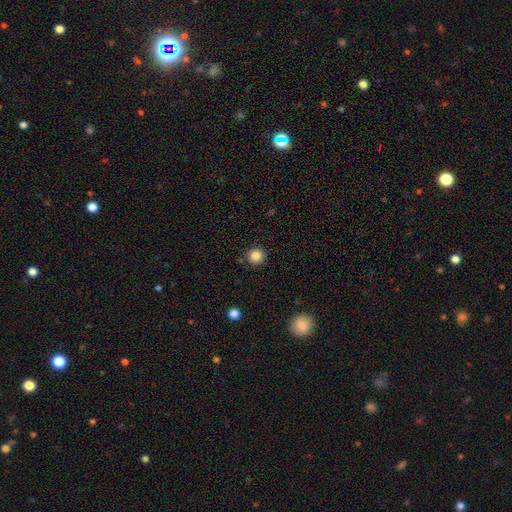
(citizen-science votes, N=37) This appears to be a smooth galaxy with no disk features (92%) that is round (94%). Merging: none (91%).